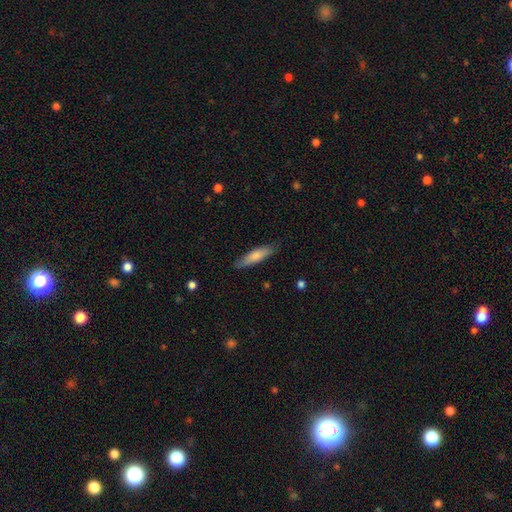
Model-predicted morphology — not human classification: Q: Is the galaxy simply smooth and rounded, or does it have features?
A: smooth — 73%.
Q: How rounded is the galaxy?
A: cigar-shaped — 70%.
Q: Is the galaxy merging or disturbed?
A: none — 84%.